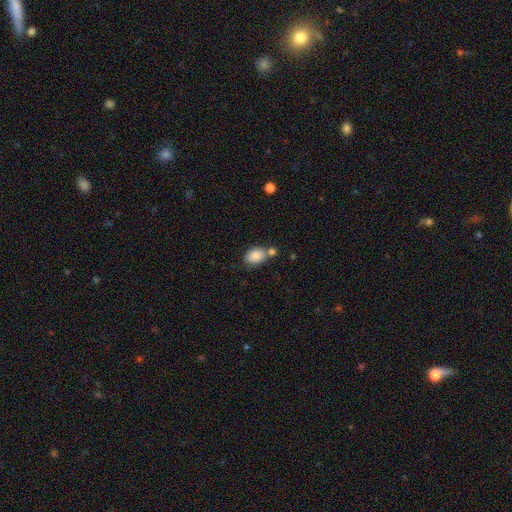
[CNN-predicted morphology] The model was most divided on "merging": none: 54%, merger: 26%, minor disturbance: 16%, major disturbance: 5%. More confident: smooth or featured — smooth (85%); how rounded — in between (79%).